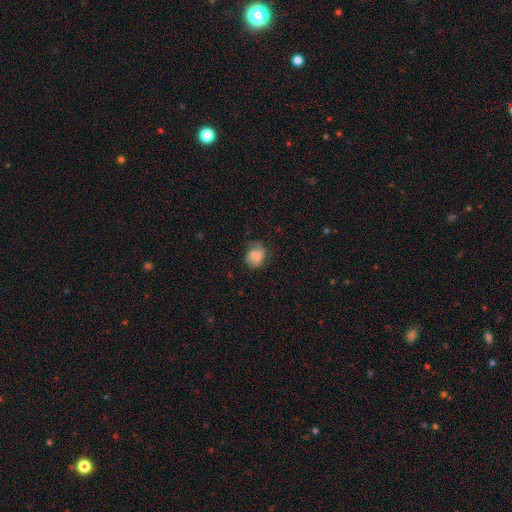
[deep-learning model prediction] Morphology: type=smooth (72%); roundness=round (58%); merging=none (56%).